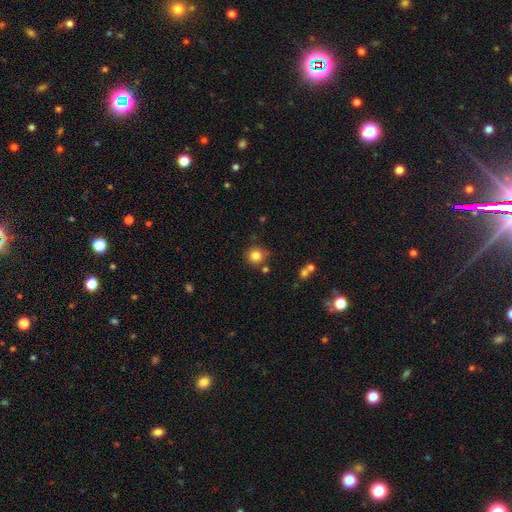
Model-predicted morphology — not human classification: This appears to be a smooth galaxy with no disk features (82%) that is round (93%). Merging: none (78%).